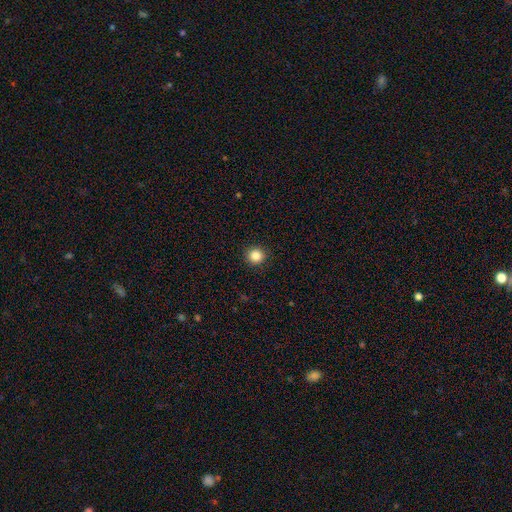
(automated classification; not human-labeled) smooth 85%, star or artifact 11%, featured or disk 4%. Down the decision tree: how rounded — round (94%); merging — none (92%).